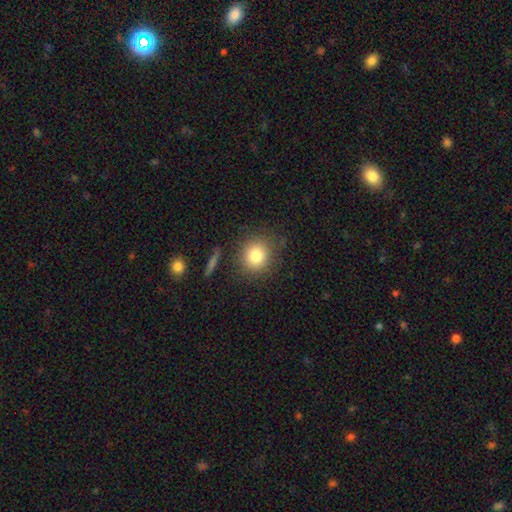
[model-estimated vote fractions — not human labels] Smooth or featured?
  - smooth: 80% *
  - star or artifact: 11%
  - featured or disk: 9%
How rounded?
  - round: 85% *
  - in between: 14%
  - cigar-shaped: 1%
Merging?
  - none: 83% *
  - minor disturbance: 11%
  - major disturbance: 4%
  - merger: 3%